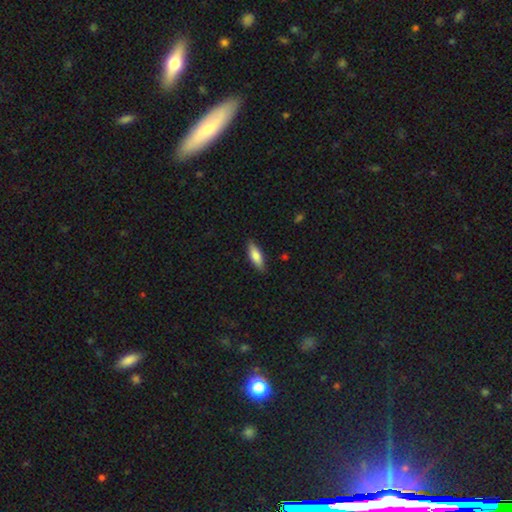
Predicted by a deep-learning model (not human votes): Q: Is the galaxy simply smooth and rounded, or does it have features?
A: smooth — 78%.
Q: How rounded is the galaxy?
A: in between — 56%.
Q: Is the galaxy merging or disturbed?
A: none — 85%.